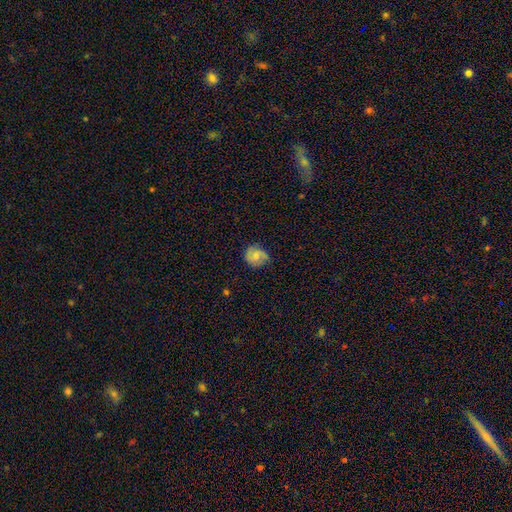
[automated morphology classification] smooth-or-featured: smooth: 57% | featured or disk: 34% | star or artifact: 8%
  how-rounded: round: 75% | in between: 24% | cigar-shaped: 1%
  merging: none: 66% | minor disturbance: 26% | major disturbance: 6% | merger: 1%